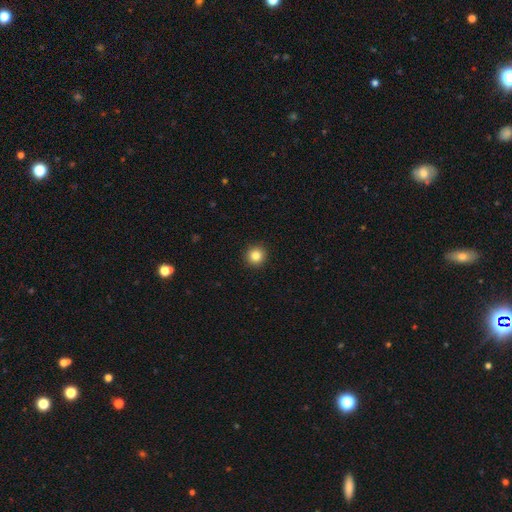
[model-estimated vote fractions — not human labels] smooth-or-featured: smooth: 85% | star or artifact: 11% | featured or disk: 5%
  how-rounded: round: 95% | in between: 4% | cigar-shaped: 1%
  merging: none: 93% | minor disturbance: 4% | major disturbance: 1% | merger: 1%